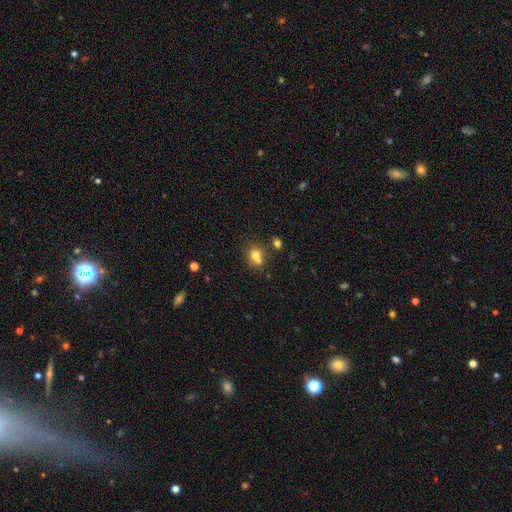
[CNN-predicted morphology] smooth 72%, featured or disk 14%, star or artifact 14%. Down the decision tree: how rounded — round (59%); merging — none (46%).